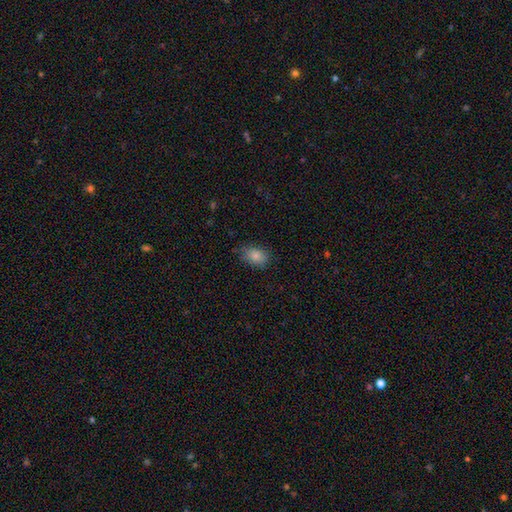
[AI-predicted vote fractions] Overall: smooth (85%). How rounded: in between (77%). Merging: none (72%).